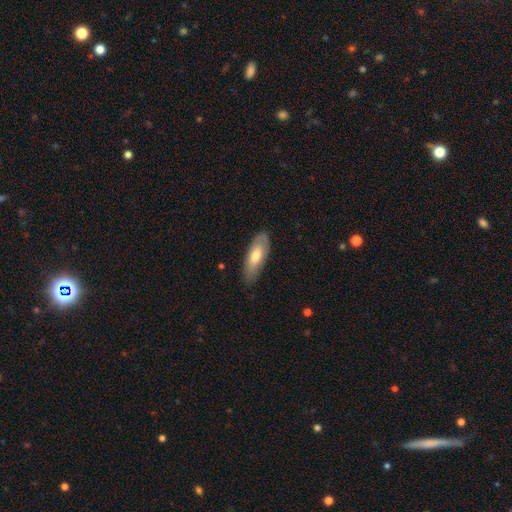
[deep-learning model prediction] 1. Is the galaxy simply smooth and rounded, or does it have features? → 64% smooth, 30% featured or disk, 6% star or artifact.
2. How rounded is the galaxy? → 70% in between, 28% cigar-shaped, 2% round.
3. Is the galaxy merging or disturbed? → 80% none, 16% minor disturbance, 3% major disturbance, 1% merger.